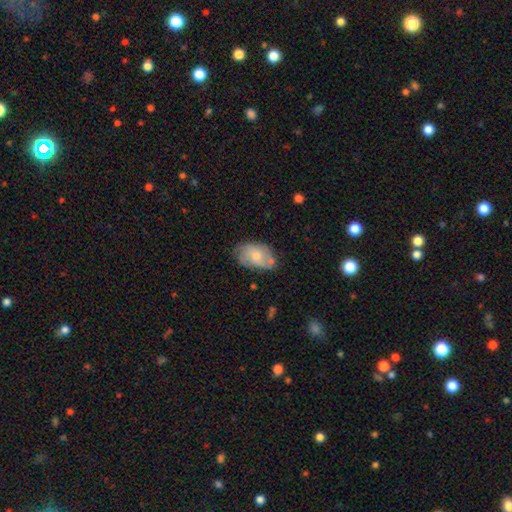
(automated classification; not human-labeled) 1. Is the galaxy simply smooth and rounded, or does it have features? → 53% smooth, 40% featured or disk, 7% star or artifact.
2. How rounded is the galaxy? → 89% in between, 10% round, 1% cigar-shaped.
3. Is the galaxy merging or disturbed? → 58% none, 29% minor disturbance, 9% major disturbance, 4% merger.